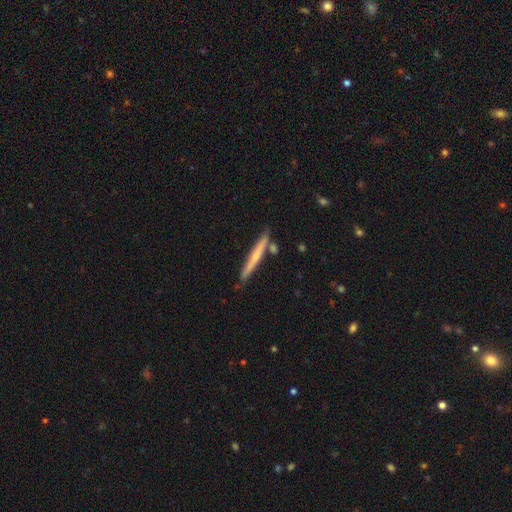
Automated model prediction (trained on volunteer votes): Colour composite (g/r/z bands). It shows a featured or disk galaxy (53%) viewed edge-on (96%) with a rounded central bulge (55%). Merging: none (81%).